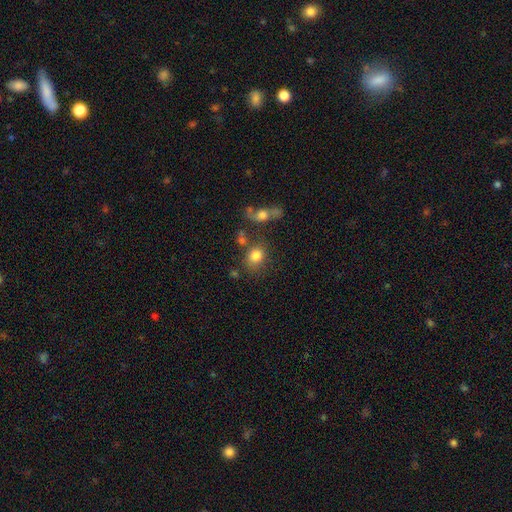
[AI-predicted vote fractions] Smooth or featured?
  - smooth: 80% *
  - star or artifact: 10%
  - featured or disk: 9%
How rounded?
  - round: 65% *
  - in between: 33%
  - cigar-shaped: 1%
Merging?
  - none: 66% *
  - minor disturbance: 14%
  - merger: 14%
  - major disturbance: 6%